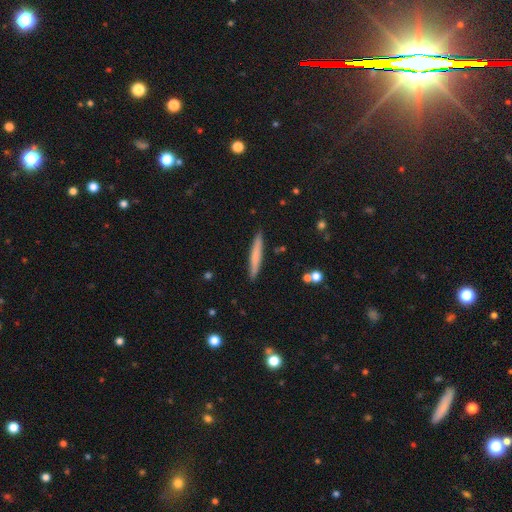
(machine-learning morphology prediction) type=smooth (67%); roundness=cigar-shaped (95%); merging=none (90%).